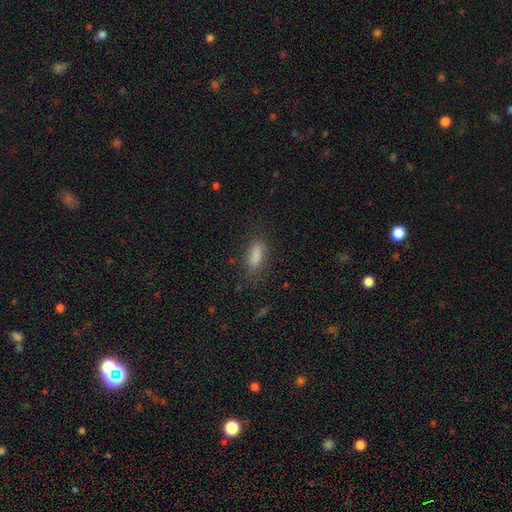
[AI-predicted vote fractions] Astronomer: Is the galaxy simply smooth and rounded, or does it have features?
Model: smooth — 82%.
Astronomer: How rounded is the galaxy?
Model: in between — 62%.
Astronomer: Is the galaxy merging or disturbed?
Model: none — 81%.